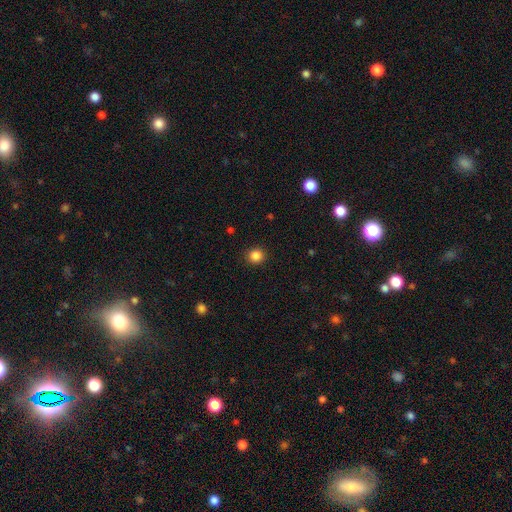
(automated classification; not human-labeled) A smooth galaxy with no disk features (86%) that is round (90%).

Vote fractions:
- Smooth or featured? smooth: 86% / star or artifact: 11% / featured or disk: 3%
- How rounded? round: 90% / in between: 9% / cigar-shaped: 1%
- Merging? none: 91% / minor disturbance: 6% / major disturbance: 2% / merger: 1%